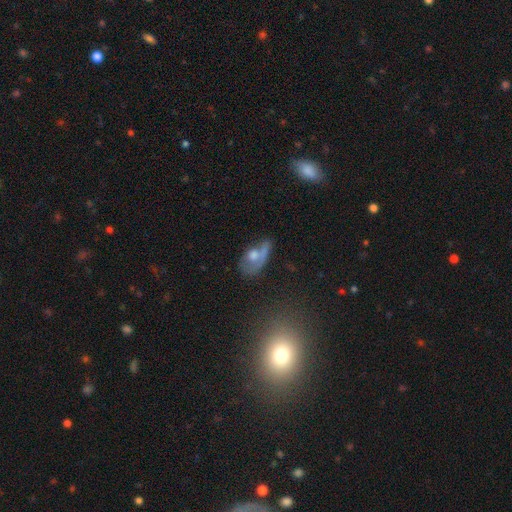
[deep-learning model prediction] smooth-or-featured: smooth: 54% | featured or disk: 36% | star or artifact: 11%
  how-rounded: in between: 80% | round: 15% | cigar-shaped: 5%
  merging: major disturbance: 36% | none: 26% | minor disturbance: 23% | merger: 15%